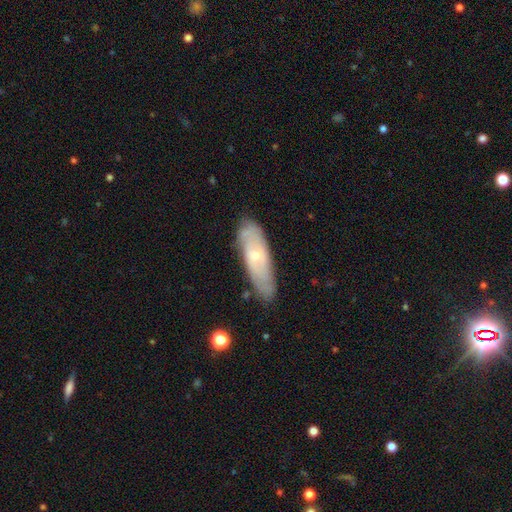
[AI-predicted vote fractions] Smooth or featured? Predicted: featured or disk (p=0.57). Edge-on disk? Predicted: no (p=0.76). Merging? Predicted: none (p=0.75).